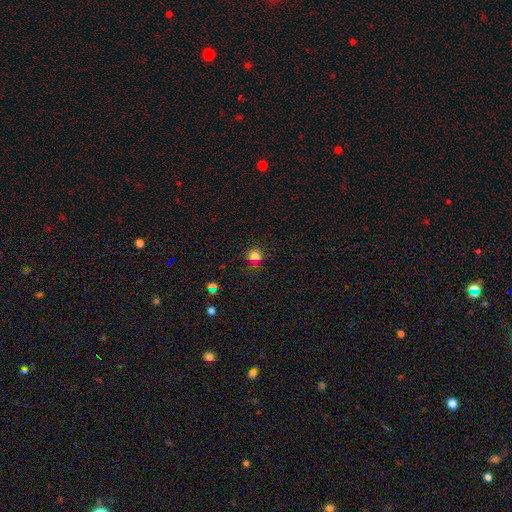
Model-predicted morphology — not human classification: Smooth or featured: smooth — 75% (star or artifact — 20%)
How rounded: round — 86% (in between — 13%)
Merging: none — 77% (minor disturbance — 13%)